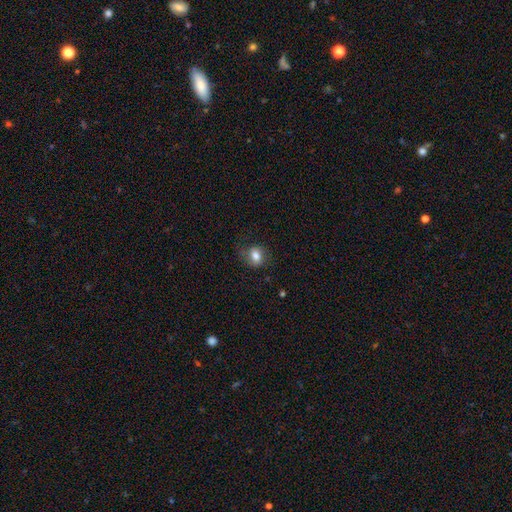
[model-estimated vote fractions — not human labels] Smooth or featured? smooth (80%)
How rounded? round (58%)
Merging? none (70%)